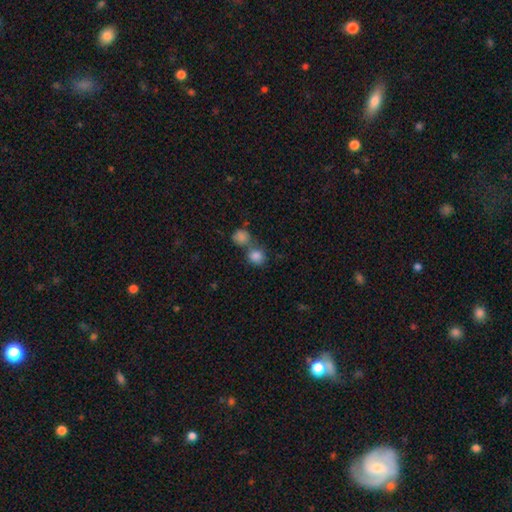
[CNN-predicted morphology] Smooth or featured?
  - smooth: 84% *
  - star or artifact: 10%
  - featured or disk: 6%
How rounded?
  - round: 75% *
  - in between: 24%
  - cigar-shaped: 1%
Merging?
  - merger: 47% *
  - none: 42%
  - minor disturbance: 8%
  - major disturbance: 3%